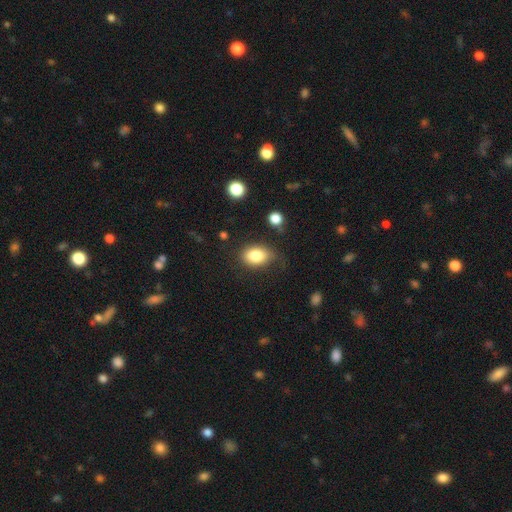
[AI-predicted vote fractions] Morphology: type=smooth (83%); roundness=in between (81%); merging=none (68%).